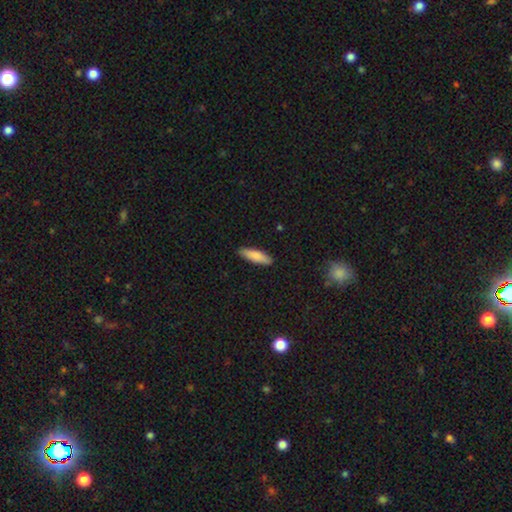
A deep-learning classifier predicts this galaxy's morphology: Q: Smooth or featured?
A: smooth (85%); runner-up: featured or disk (9%)
Q: How rounded?
A: cigar-shaped (57%); runner-up: in between (41%)
Q: Merging?
A: none (90%); runner-up: minor disturbance (8%)